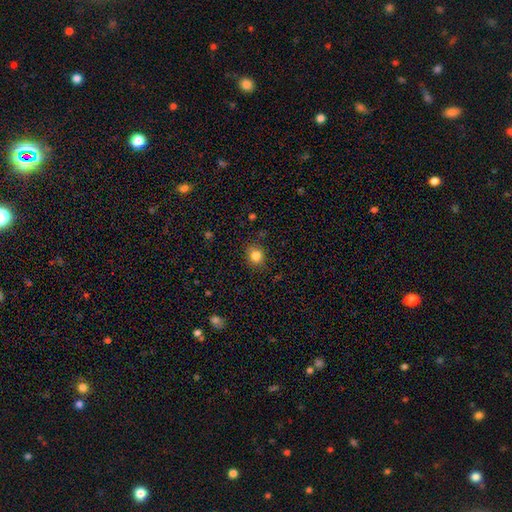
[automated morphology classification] This is clearly a smooth galaxy (83%). How rounded: likely round (73%). Merging: clearly none (85%).